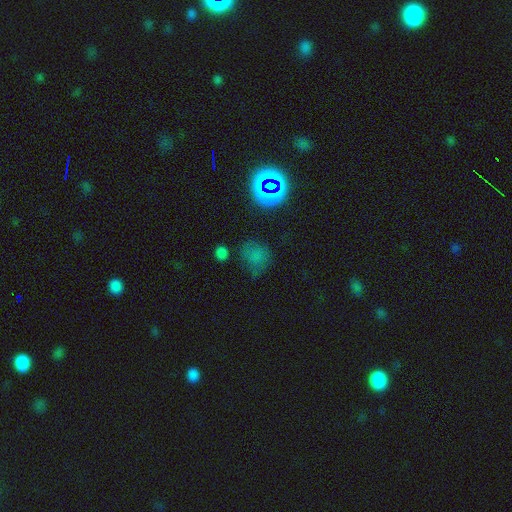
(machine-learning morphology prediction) This is likely a smooth galaxy (62%). How rounded: likely round (65%). Merging: possibly none (54%).